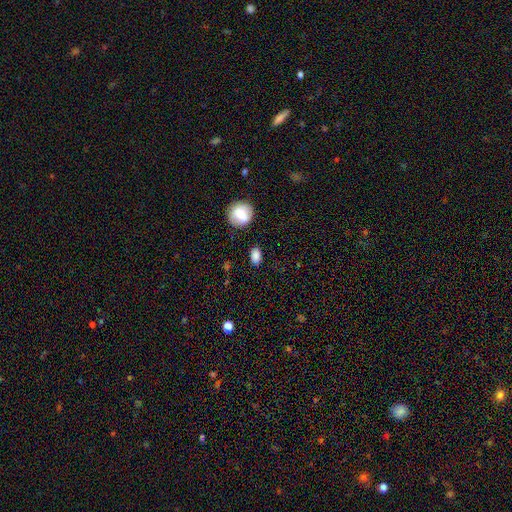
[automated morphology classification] Q: Smooth or featured?
A: smooth (86%); runner-up: star or artifact (8%)
Q: How rounded?
A: in between (77%); runner-up: round (20%)
Q: Merging?
A: none (83%); runner-up: minor disturbance (11%)